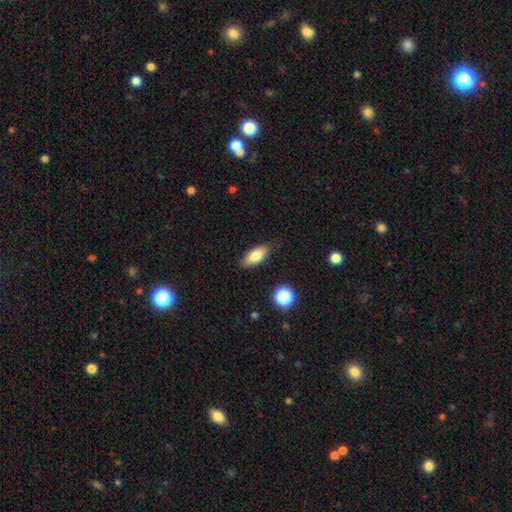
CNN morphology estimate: This is likely a smooth galaxy (78%). How rounded: likely in between (79%). Merging: likely none (79%).